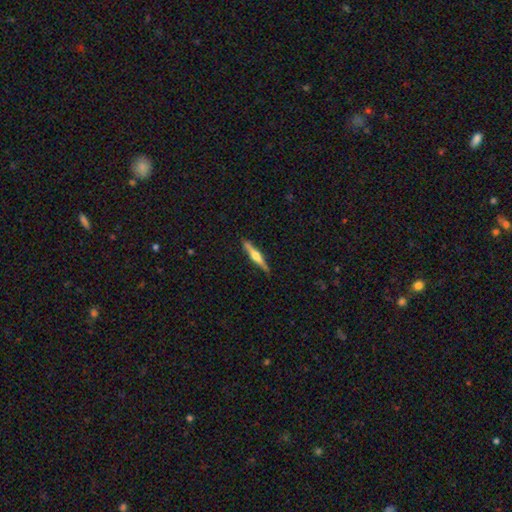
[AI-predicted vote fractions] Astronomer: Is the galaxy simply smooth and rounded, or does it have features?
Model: featured or disk — 68%.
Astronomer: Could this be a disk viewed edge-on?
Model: yes — 98%.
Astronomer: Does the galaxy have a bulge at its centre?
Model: rounded — 92%.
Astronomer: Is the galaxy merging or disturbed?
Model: none — 88%.